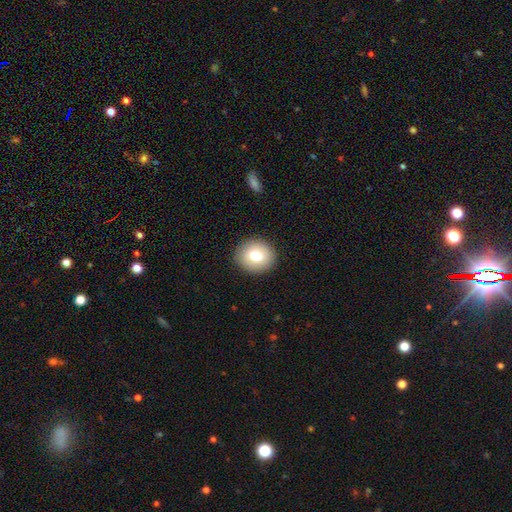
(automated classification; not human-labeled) The model was most divided on "smooth or featured": smooth: 75%, featured or disk: 16%, star or artifact: 9%. More confident: merging — none (90%); how rounded — round (80%).